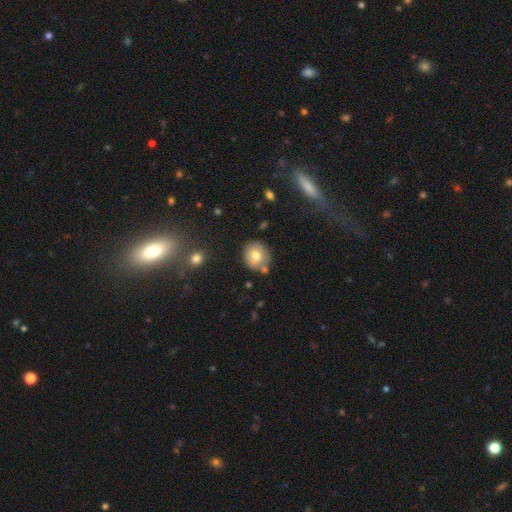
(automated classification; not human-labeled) smooth-or-featured: smooth: 72% | featured or disk: 18% | star or artifact: 10%
  how-rounded: round: 83% | in between: 16% | cigar-shaped: 1%
  merging: none: 70% | minor disturbance: 16% | merger: 10% | major disturbance: 4%